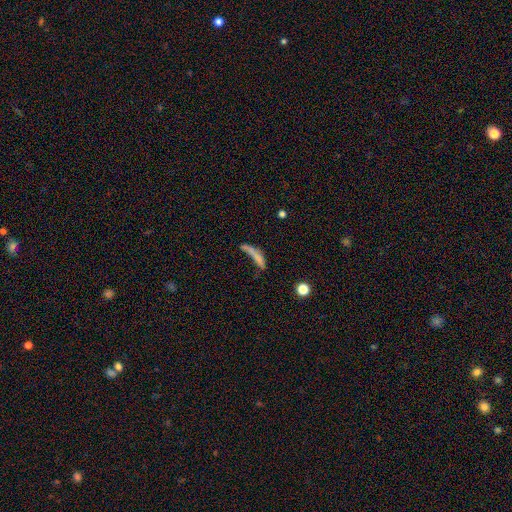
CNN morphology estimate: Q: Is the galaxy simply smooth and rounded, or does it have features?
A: smooth — 59%.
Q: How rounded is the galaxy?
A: cigar-shaped — 76%.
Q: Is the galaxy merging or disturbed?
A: none — 34%.